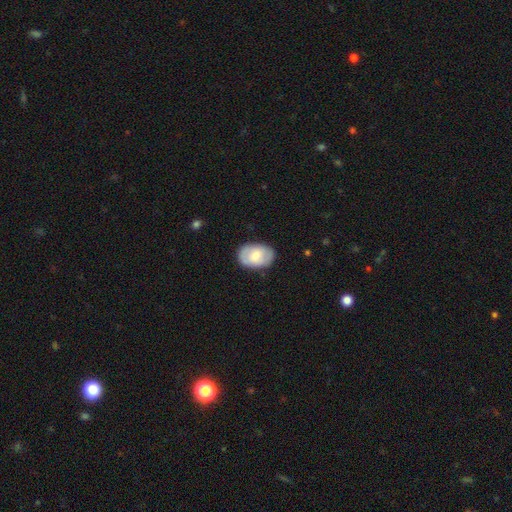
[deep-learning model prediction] Smooth or featured?
  - smooth: 63% *
  - featured or disk: 31%
  - star or artifact: 6%
How rounded?
  - in between: 84% *
  - round: 15%
  - cigar-shaped: 1%
Merging?
  - none: 82% *
  - minor disturbance: 13%
  - major disturbance: 3%
  - merger: 1%